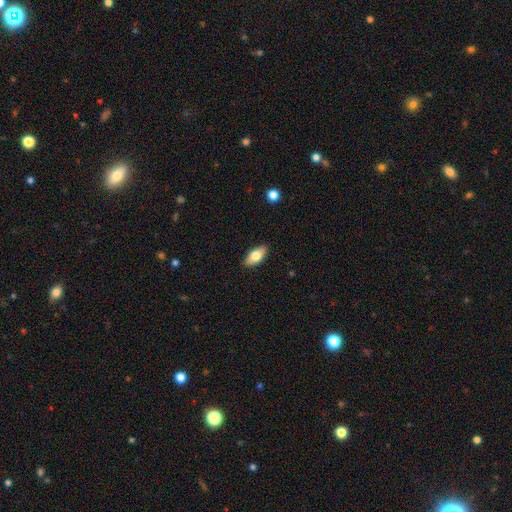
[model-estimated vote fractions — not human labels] Smooth or featured: smooth — 75% (featured or disk — 18%)
How rounded: in between — 89% (cigar-shaped — 8%)
Merging: none — 88% (minor disturbance — 9%)